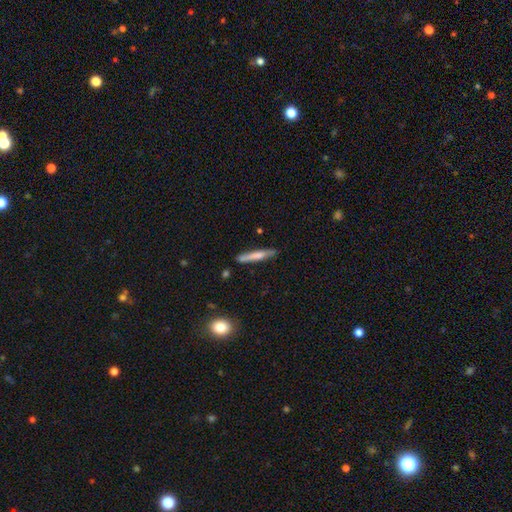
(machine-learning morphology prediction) smooth 62%, featured or disk 32%, star or artifact 6%. Down the decision tree: how rounded — cigar-shaped (93%); merging — none (82%).